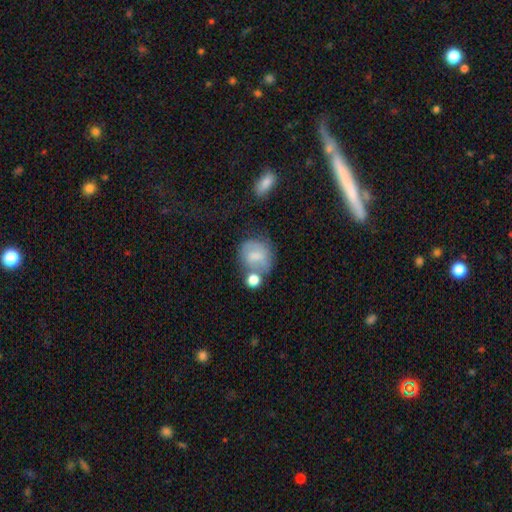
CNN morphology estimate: Q: Smooth or featured?
A: smooth (65%); runner-up: featured or disk (25%)
Q: How rounded?
A: round (72%); runner-up: in between (26%)
Q: Merging?
A: none (48%); runner-up: merger (21%)